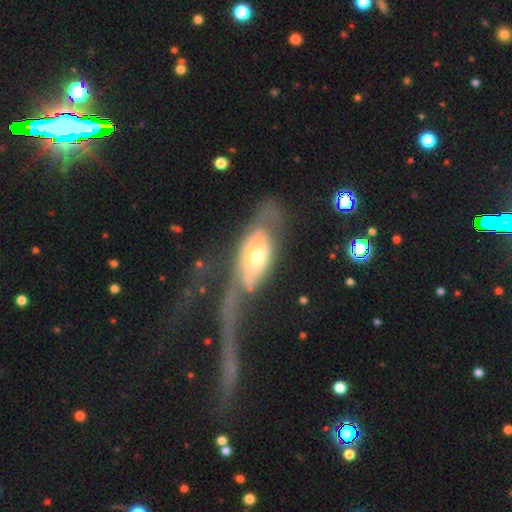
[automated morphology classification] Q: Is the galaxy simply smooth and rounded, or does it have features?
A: featured or disk — 61%.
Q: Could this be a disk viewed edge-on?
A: no — 85%.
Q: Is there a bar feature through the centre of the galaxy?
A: no — 80%.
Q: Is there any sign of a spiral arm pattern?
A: no — 59%.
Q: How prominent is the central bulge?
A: moderate — 68%.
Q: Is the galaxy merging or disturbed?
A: major disturbance — 63%.